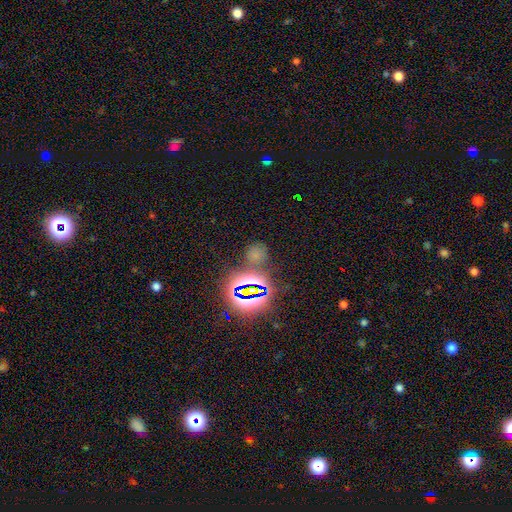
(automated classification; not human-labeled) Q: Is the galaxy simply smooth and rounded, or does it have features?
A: star or artifact — 53%.